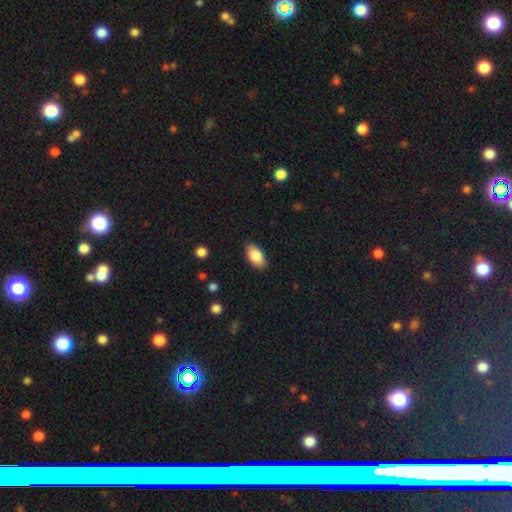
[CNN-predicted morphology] A smooth galaxy with no disk features (85%) that is in between round and cigar-shaped (93%).

Vote fractions:
- Smooth or featured? smooth: 85% / featured or disk: 8% / star or artifact: 7%
- How rounded? in between: 93% / round: 4% / cigar-shaped: 3%
- Merging? none: 87% / minor disturbance: 10% / major disturbance: 2% / merger: 1%